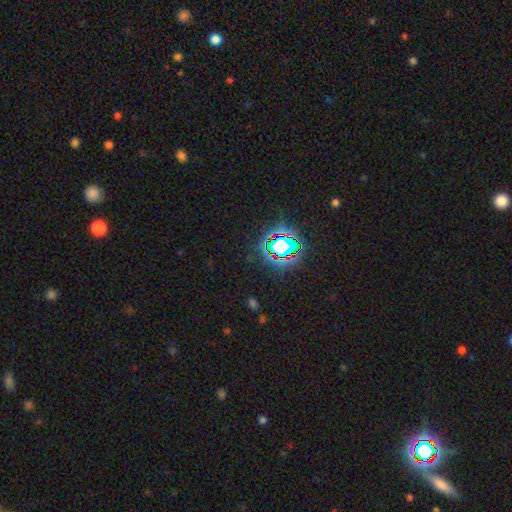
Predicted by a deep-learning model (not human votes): This appears to be a star or artifact, not a galaxy (80%).